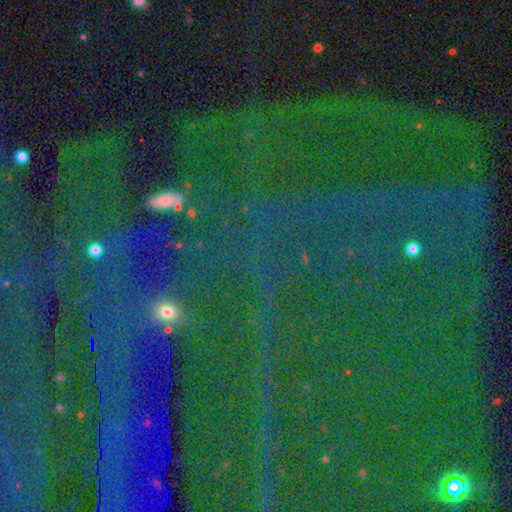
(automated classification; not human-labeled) Smooth or featured? star or artifact (84%)